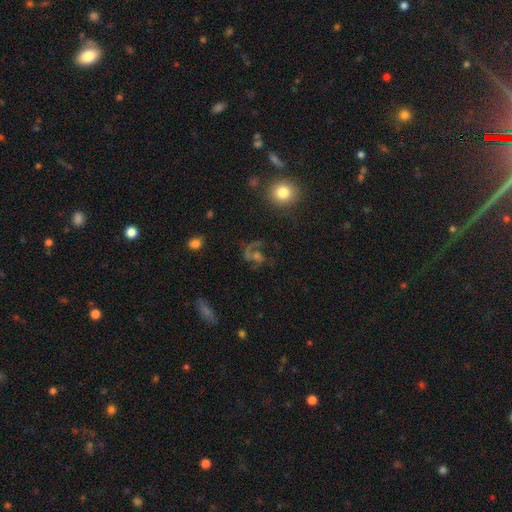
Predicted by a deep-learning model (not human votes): smooth_or_featured: featured or disk (p=0.61) [alt: star or artifact p=0.20]
disk_edge_on: no (p=0.97) [alt: yes p=0.03]
bar: no (p=0.66) [alt: weak p=0.26]
has_spiral_arms: yes (p=0.81) [alt: no p=0.19]
bulge_size: moderate (p=0.34) [alt: small p=0.32]
merging: none (p=0.52) [alt: major disturbance p=0.27]